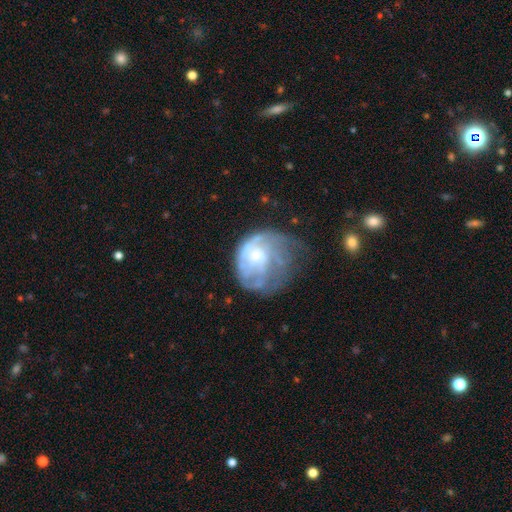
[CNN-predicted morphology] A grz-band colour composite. It shows a featured or disk galaxy (66%) with no bar (77%), spiral arms (65%) and a small central bulge (46%). Merging: major disturbance (38%).